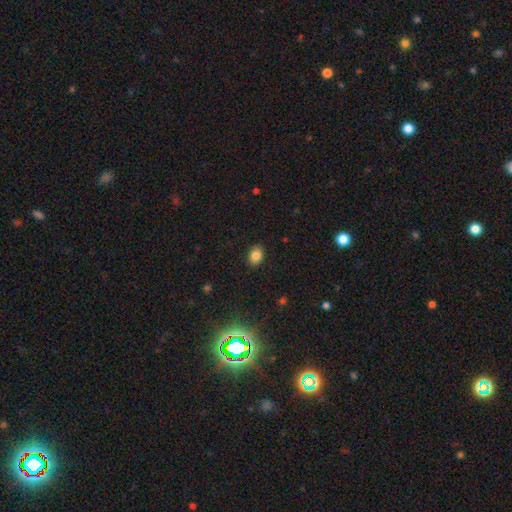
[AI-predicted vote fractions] A smooth galaxy with no disk features (83%) that is in between round and cigar-shaped (65%).

Vote fractions:
- Smooth or featured? smooth: 83% / star or artifact: 10% / featured or disk: 6%
- How rounded? in between: 65% / round: 34% / cigar-shaped: 1%
- Merging? none: 88% / minor disturbance: 9% / major disturbance: 2% / merger: 1%